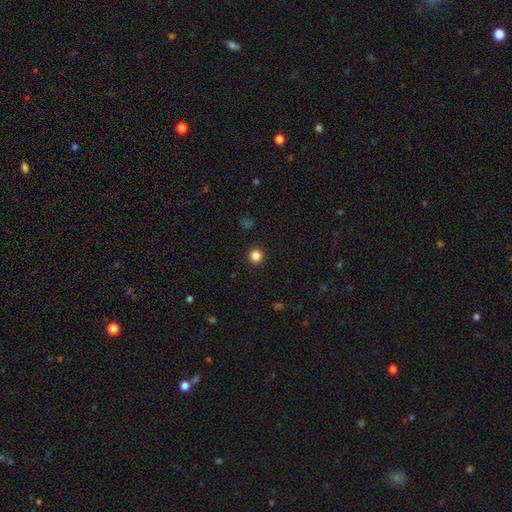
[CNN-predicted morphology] smooth_or_featured: smooth (p=0.85) [alt: star or artifact p=0.12]
how_rounded: round (p=0.94) [alt: in between p=0.05]
merging: none (p=0.93) [alt: minor disturbance p=0.04]